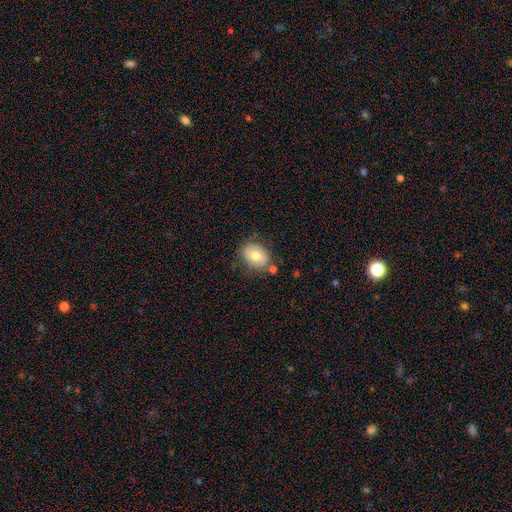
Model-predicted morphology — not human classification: Overall: smooth (68%). How rounded: in between (61%; round 38%). Merging: none (70%).